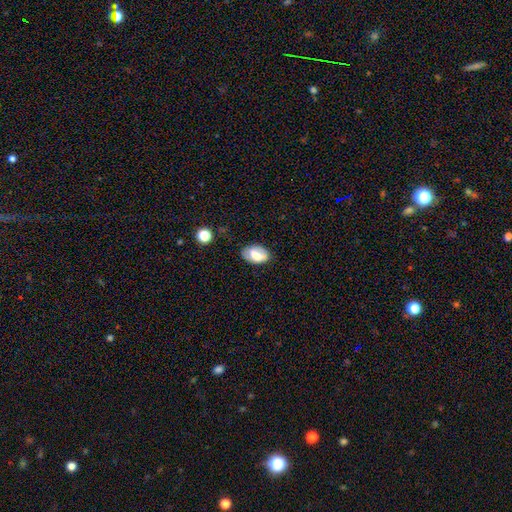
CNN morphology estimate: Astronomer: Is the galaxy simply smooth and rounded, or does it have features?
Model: smooth — 63%.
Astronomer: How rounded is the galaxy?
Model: in between — 91%.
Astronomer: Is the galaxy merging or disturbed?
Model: none — 72%.